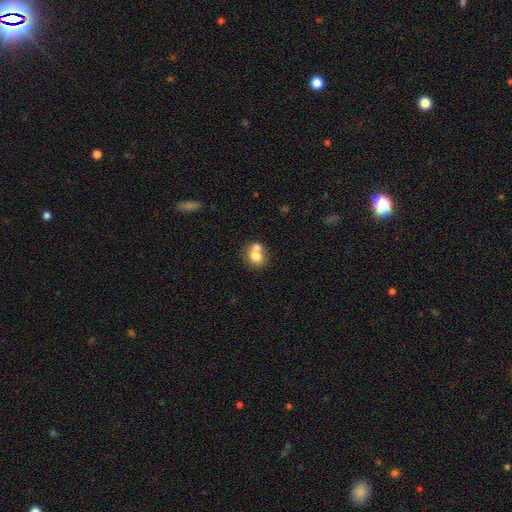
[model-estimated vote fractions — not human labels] smooth_or_featured: smooth (p=0.74) [alt: featured or disk p=0.16]
how_rounded: round (p=0.67) [alt: in between p=0.32]
merging: merger (p=0.49) [alt: none p=0.40]